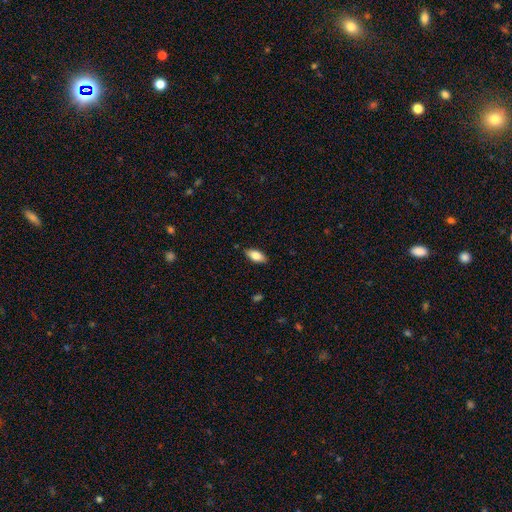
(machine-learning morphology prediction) smooth-or-featured: smooth: 81% | featured or disk: 12% | star or artifact: 7%
  how-rounded: in between: 88% | cigar-shaped: 10% | round: 3%
  merging: none: 87% | minor disturbance: 10% | major disturbance: 2% | merger: 1%